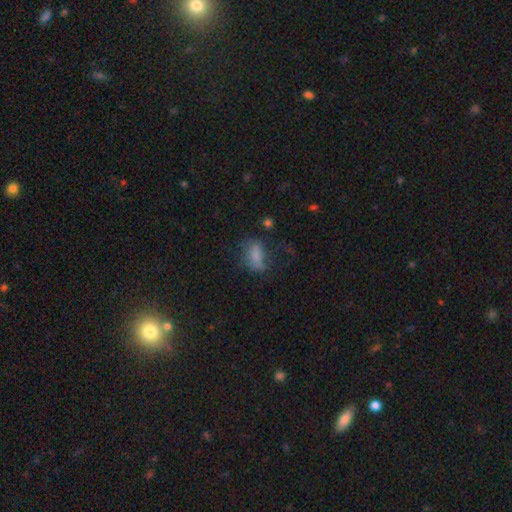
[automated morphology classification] This appears to be a smooth galaxy with no disk features (71%) that is in between round and cigar-shaped (85%). Merging: none (45%).